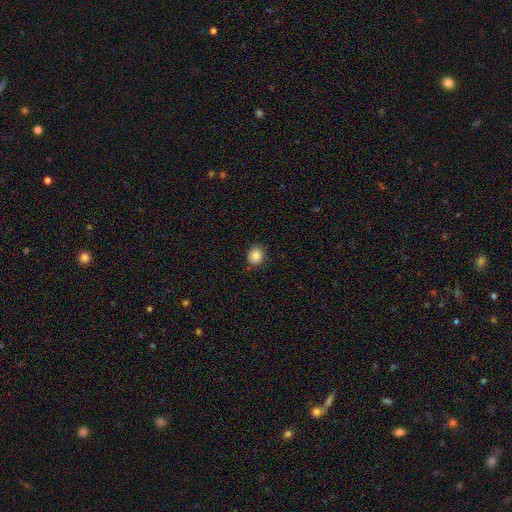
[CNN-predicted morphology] Q: Smooth or featured?
A: smooth (86%); runner-up: star or artifact (9%)
Q: How rounded?
A: round (78%); runner-up: in between (21%)
Q: Merging?
A: none (86%); runner-up: minor disturbance (11%)